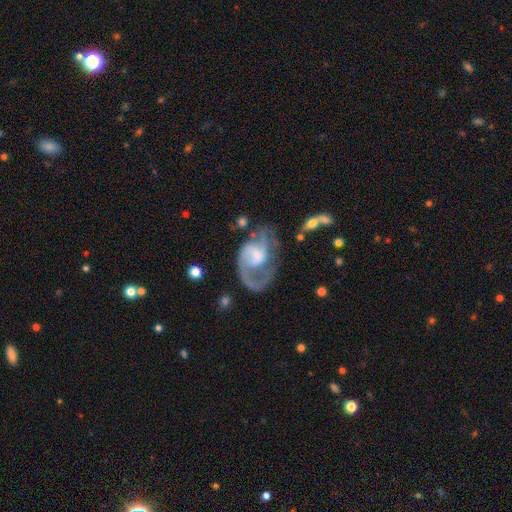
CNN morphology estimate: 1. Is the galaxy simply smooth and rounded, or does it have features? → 77% featured or disk, 16% smooth, 6% star or artifact.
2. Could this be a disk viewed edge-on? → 97% no, 3% yes.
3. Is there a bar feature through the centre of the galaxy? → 46% no, 44% weak, 10% strong.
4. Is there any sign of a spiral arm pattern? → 85% yes, 15% no.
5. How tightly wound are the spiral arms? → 43% medium, 38% loose, 19% tight.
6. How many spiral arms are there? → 48% 1, 32% 2, 12% can't tell, 4% 3, 2% 4, 2% more than 4.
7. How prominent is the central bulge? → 37% small, 33% moderate, 17% none, 10% large, 2% dominant.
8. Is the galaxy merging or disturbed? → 40% major disturbance, 36% none, 18% minor disturbance, 6% merger.